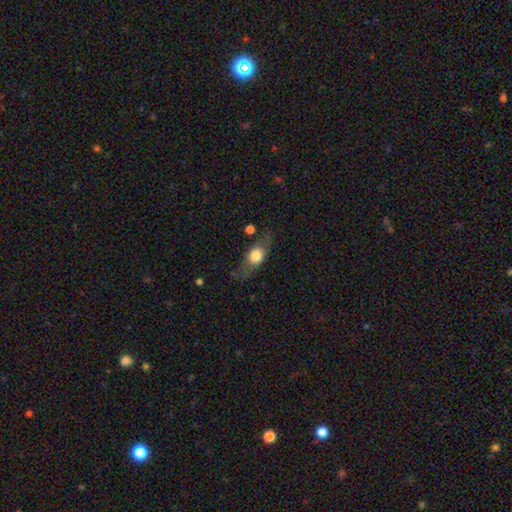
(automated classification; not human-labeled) Smooth or featured? smooth (56%)
How rounded? in between (59%)
Merging? none (68%)